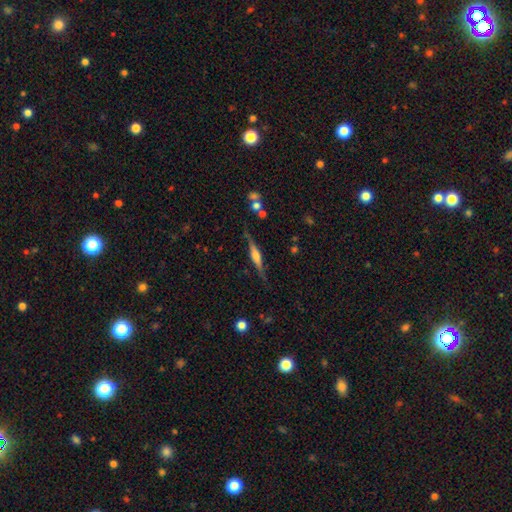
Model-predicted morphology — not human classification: smooth-or-featured: featured or disk: 73% | smooth: 21% | star or artifact: 7%
  disk-edge-on: yes: 97% | no: 3%
    edge-on-bulge: rounded: 71% | boxy: 23% | none: 6%
  merging: none: 81% | minor disturbance: 13% | major disturbance: 4% | merger: 3%